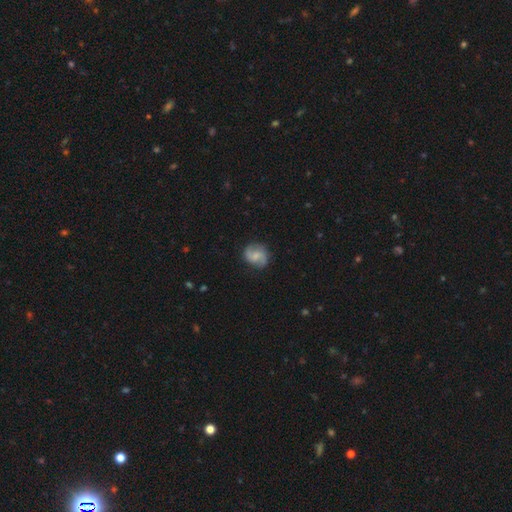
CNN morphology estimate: A featured or disk galaxy (63%) with no bar (46%), 2 (89%) loose (43%) spiral arms (93%) and a small central bulge (42%).

Vote fractions:
- Smooth or featured? featured or disk: 63% / smooth: 30% / star or artifact: 7%
- Edge-on disk? no: 98% / yes: 2%
- Bar? no: 46% / weak: 45% / strong: 9%
- Spiral arms? yes: 93% / no: 7%
- Spiral winding? loose: 43% / medium: 42% / tight: 16%
- Spiral arm count? 2: 89% / can't tell: 6% / 1: 2% / 3: 2% / 4: 1% / more than 4: 1%
- Bulge size? small: 42% / moderate: 31% / none: 22% / large: 3% / dominant: 1%
- Merging? none: 78% / minor disturbance: 16% / major disturbance: 5% / merger: 1%